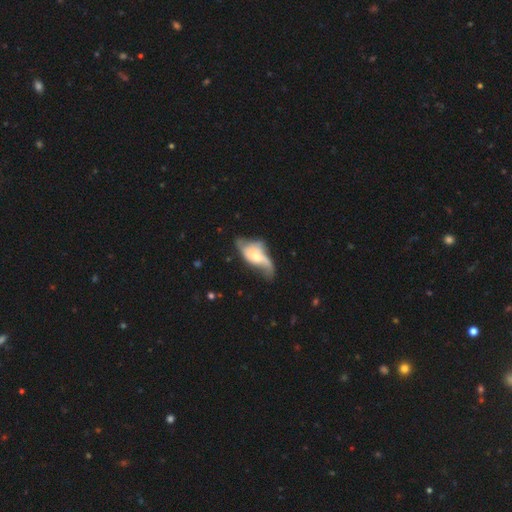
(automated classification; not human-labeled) Smooth or featured?
  - featured or disk: 61% *
  - smooth: 32%
  - star or artifact: 7%
Edge-on disk?
  - no: 89% *
  - yes: 11%
Bar?
  - no: 64% *
  - weak: 28%
  - strong: 8%
Spiral arms?
  - yes: 72% *
  - no: 28%
Bulge size?
  - moderate: 45% *
  - small: 40%
  - large: 7%
  - none: 6%
  - dominant: 2%
Merging?
  - major disturbance: 34% *
  - none: 30%
  - minor disturbance: 27%
  - merger: 9%